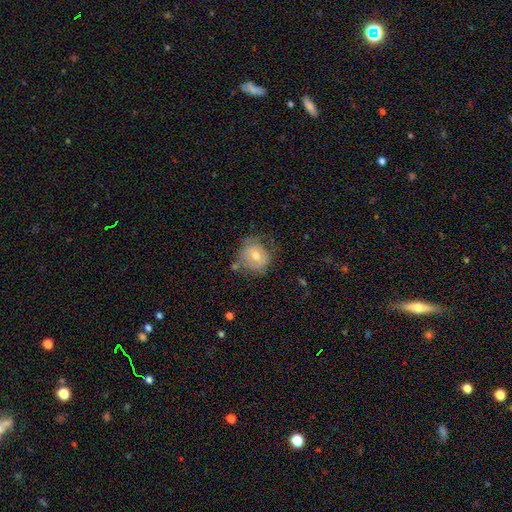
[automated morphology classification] type=smooth (46%); merging=none (59%).